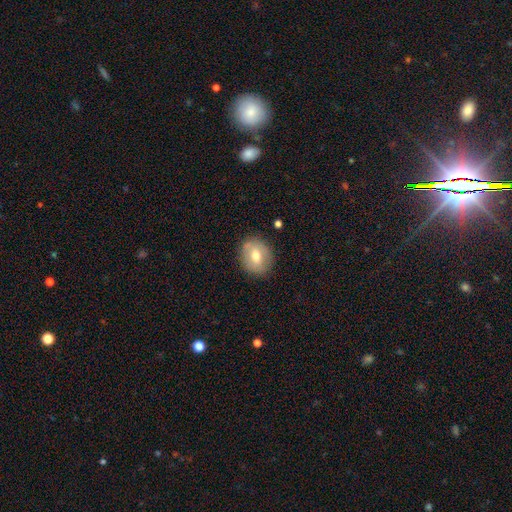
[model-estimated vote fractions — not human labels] The model was most divided on "how rounded": round: 59%, in between: 40%, cigar-shaped: 1%. More confident: merging — none (81%); smooth or featured — smooth (62%).